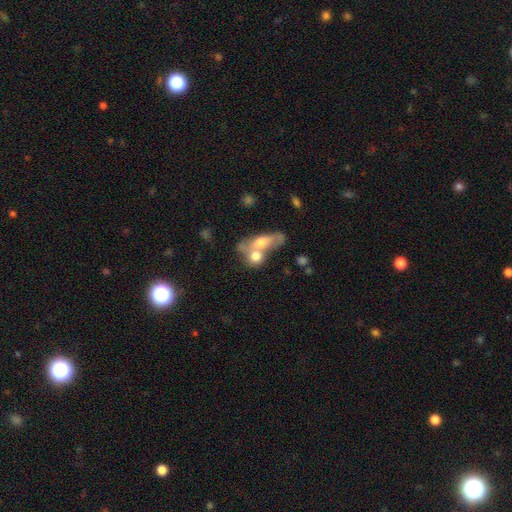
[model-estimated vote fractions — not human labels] Overall: smooth (66%). How rounded: in between (46%; round 45%). Merging: merger (70%).